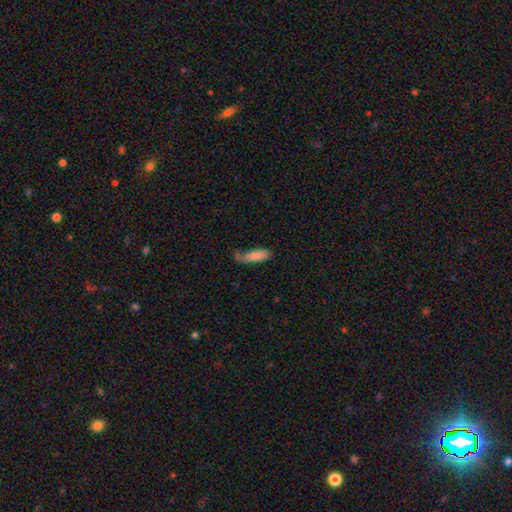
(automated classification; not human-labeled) This is clearly a smooth galaxy (82%). How rounded: possibly in between (58%). Merging: possibly none (47%).